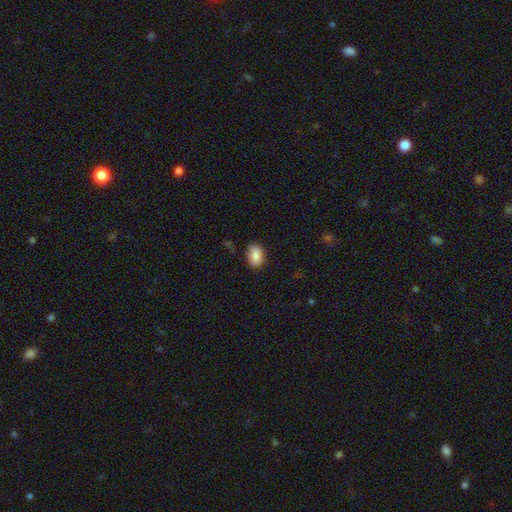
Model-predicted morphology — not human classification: smooth_or_featured: smooth (p=0.87) [alt: star or artifact p=0.08]
how_rounded: in between (p=0.85) [alt: round p=0.14]
merging: none (p=0.83) [alt: minor disturbance p=0.13]